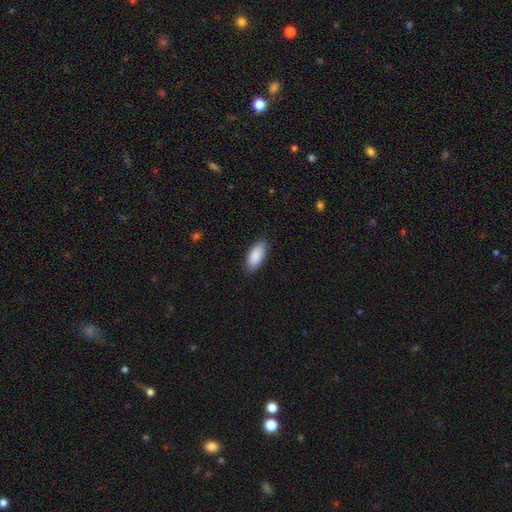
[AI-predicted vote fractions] Overall: smooth (89%). How rounded: in between (89%). Merging: none (84%).